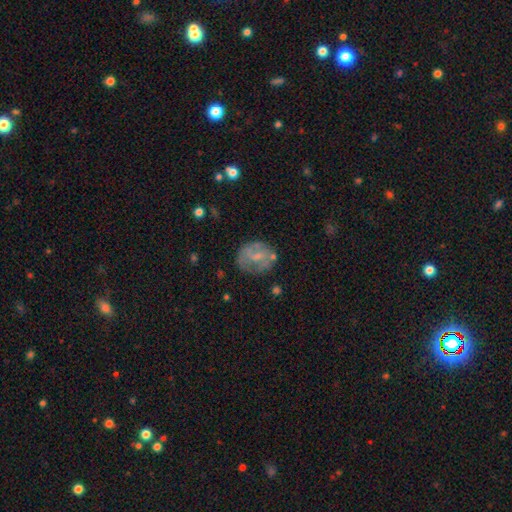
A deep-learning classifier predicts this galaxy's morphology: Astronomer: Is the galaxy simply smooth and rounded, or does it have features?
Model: smooth — 48% (runner-up: featured or disk, 43%).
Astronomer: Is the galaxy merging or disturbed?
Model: none — 59%.